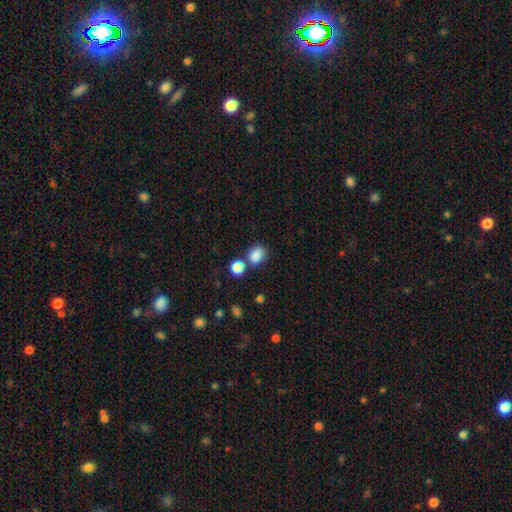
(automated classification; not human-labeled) smooth-or-featured: smooth: 85% | star or artifact: 10% | featured or disk: 5%
  how-rounded: in between: 55% | round: 44% | cigar-shaped: 1%
  merging: none: 61% | merger: 21% | minor disturbance: 13% | major disturbance: 4%